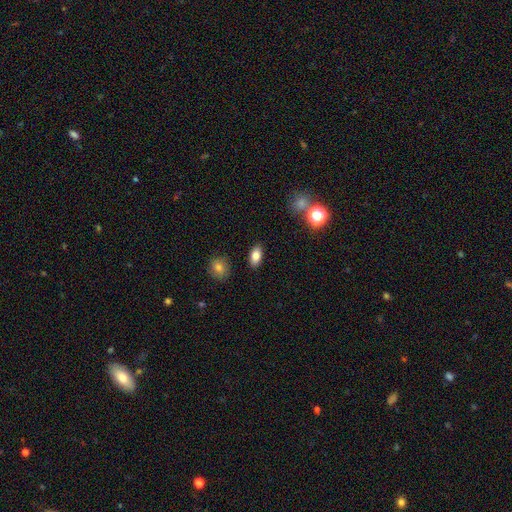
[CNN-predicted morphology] Smooth or featured? Predicted: smooth (p=0.81). How rounded? Predicted: in between (p=0.89). Merging? Predicted: none (p=0.88).